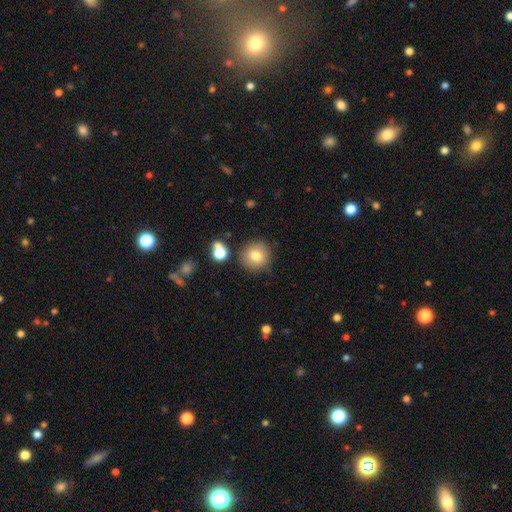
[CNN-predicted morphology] smooth 78%, featured or disk 11%, star or artifact 11%. Down the decision tree: how rounded — round (92%); merging — none (82%).